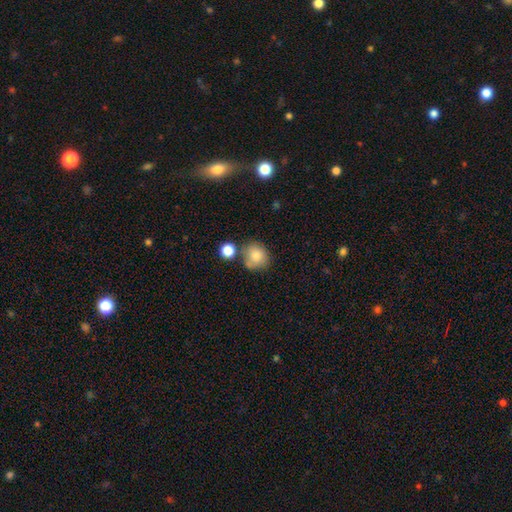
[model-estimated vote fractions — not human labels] smooth 82%, star or artifact 9%, featured or disk 9%. Down the decision tree: how rounded — round (80%); merging — none (58%).